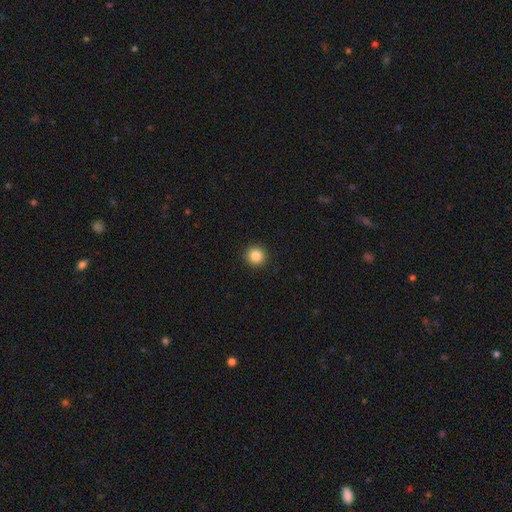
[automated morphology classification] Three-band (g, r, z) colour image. It shows a smooth galaxy with no disk features (86%) that is round (95%). Merging: none (93%).